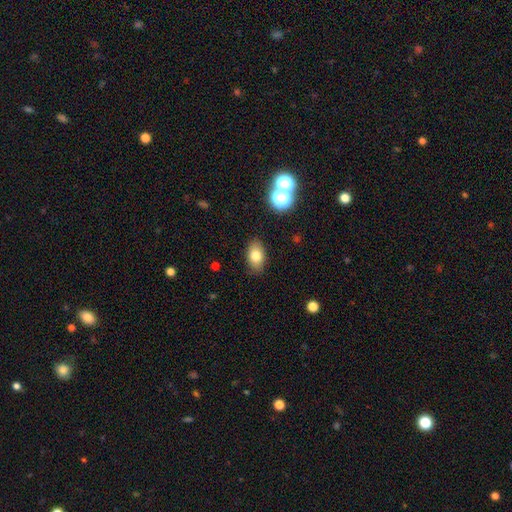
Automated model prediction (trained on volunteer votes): The model was most divided on "smooth or featured": smooth: 78%, featured or disk: 12%, star or artifact: 10%. More confident: how rounded — in between (87%); merging — none (86%).